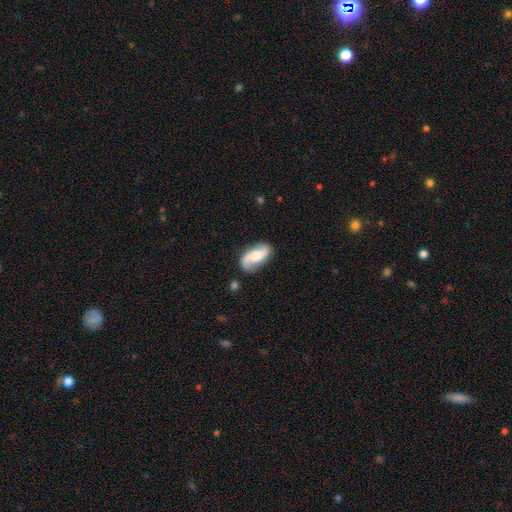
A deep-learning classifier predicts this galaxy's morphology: This appears to be a featured or disk galaxy (71%) with no bar (53%), 2 (86%) loose (56%) spiral arms (94%) and a moderate central bulge (50%). Merging: none (75%).